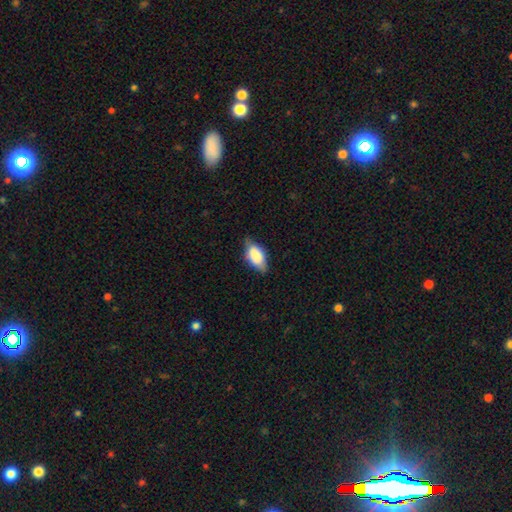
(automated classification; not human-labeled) This appears to be a smooth galaxy with no disk features (76%) that is in between round and cigar-shaped (90%). Merging: none (66%).